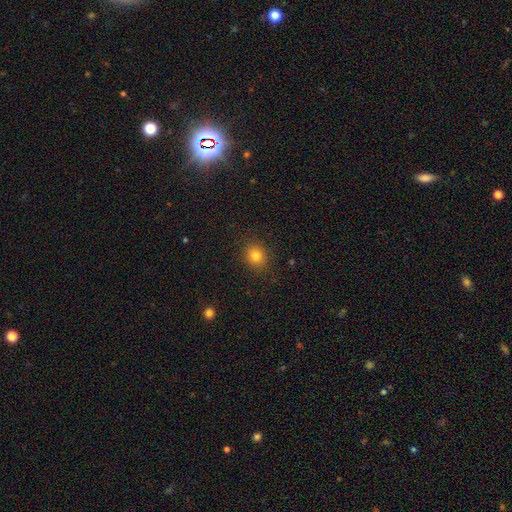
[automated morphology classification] Smooth or featured?
  - smooth: 81% *
  - star or artifact: 12%
  - featured or disk: 6%
How rounded?
  - round: 76% *
  - in between: 23%
  - cigar-shaped: 1%
Merging?
  - none: 89% *
  - minor disturbance: 7%
  - major disturbance: 2%
  - merger: 1%